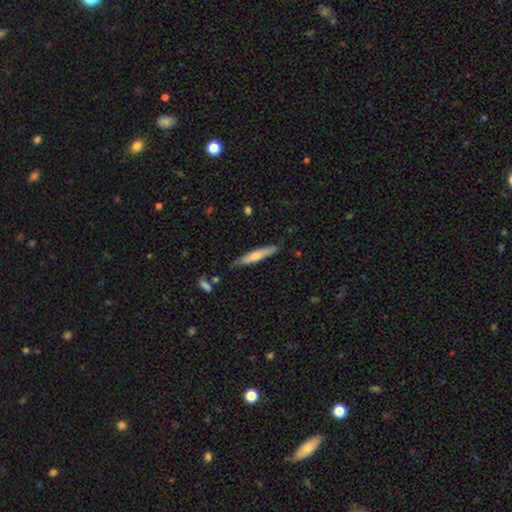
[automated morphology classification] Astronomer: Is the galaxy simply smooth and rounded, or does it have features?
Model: smooth — 58% (runner-up: featured or disk, 37%).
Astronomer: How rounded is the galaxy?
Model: cigar-shaped — 89%.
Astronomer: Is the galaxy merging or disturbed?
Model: none — 79%.